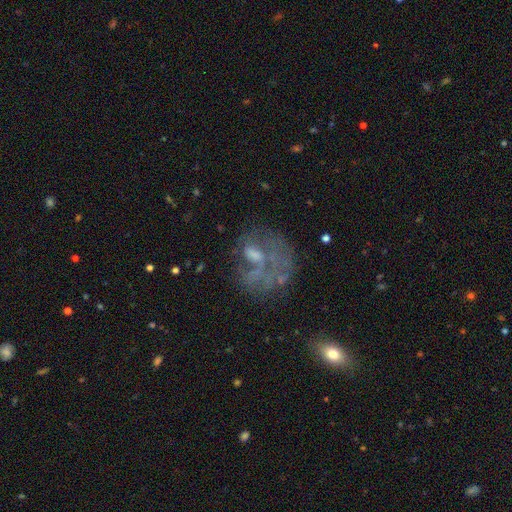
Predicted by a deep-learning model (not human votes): Overall: featured or disk (60%; smooth 27%). Edge-on disk: no (97%). Bar: no (72%). Spiral arms: no (66%; yes 34%). Bulge size: none (36%; moderate 34%). Merging: major disturbance (40%; none 35%).